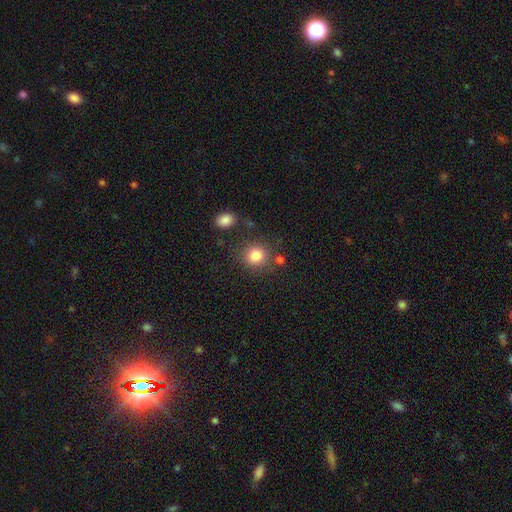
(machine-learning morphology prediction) Smooth or featured? Predicted: smooth (p=0.83). How rounded? Predicted: round (p=0.85). Merging? Predicted: none (p=0.79).